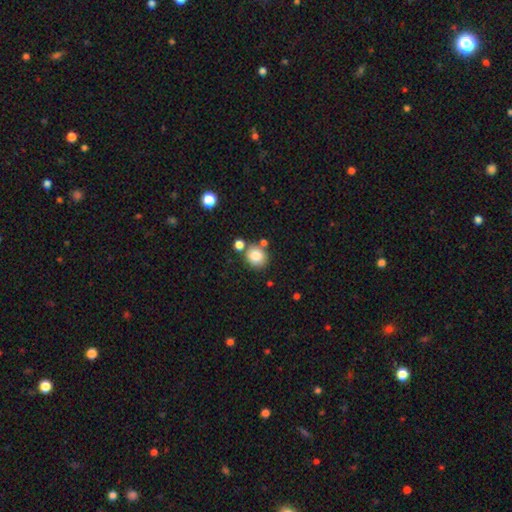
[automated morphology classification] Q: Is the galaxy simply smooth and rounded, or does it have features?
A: smooth — 80%.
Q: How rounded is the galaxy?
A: round — 79%.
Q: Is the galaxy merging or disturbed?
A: none — 71%.